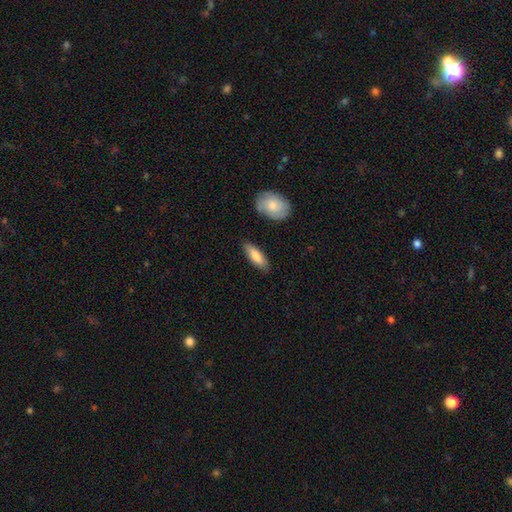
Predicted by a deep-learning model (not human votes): This is likely a smooth galaxy (78%). How rounded: possibly in between (58%). Merging: clearly none (82%).